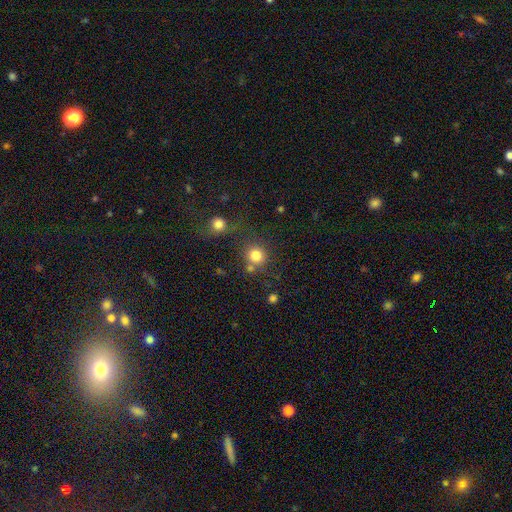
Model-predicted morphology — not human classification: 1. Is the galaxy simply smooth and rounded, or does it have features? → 81% smooth, 12% star or artifact, 7% featured or disk.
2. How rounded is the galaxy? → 89% round, 10% in between, 1% cigar-shaped.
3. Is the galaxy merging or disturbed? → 65% none, 19% merger, 11% minor disturbance, 6% major disturbance.